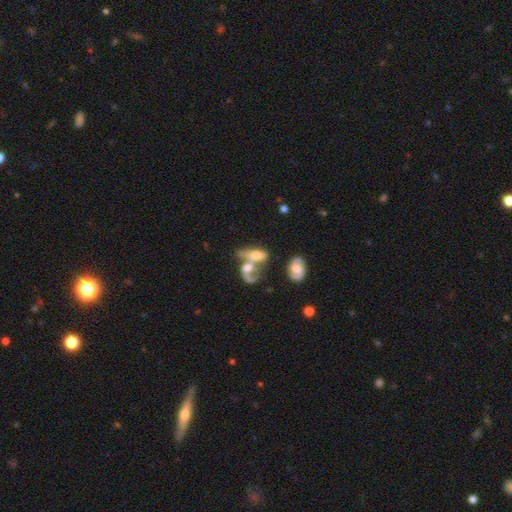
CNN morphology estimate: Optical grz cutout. It shows a featured or disk galaxy (51%). Merging: merger (68%).